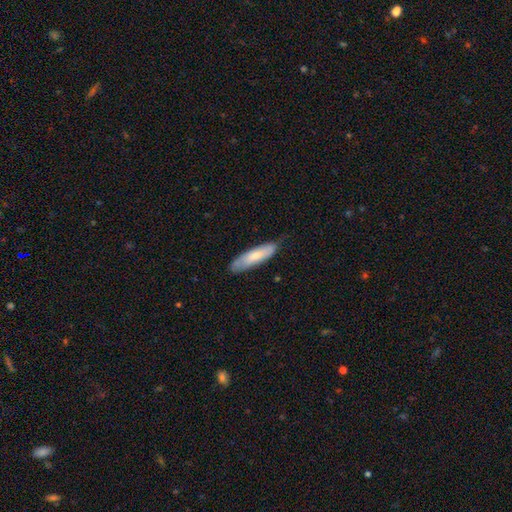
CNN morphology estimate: Overall: smooth (69%). How rounded: cigar-shaped (63%; in between 35%). Merging: none (75%).